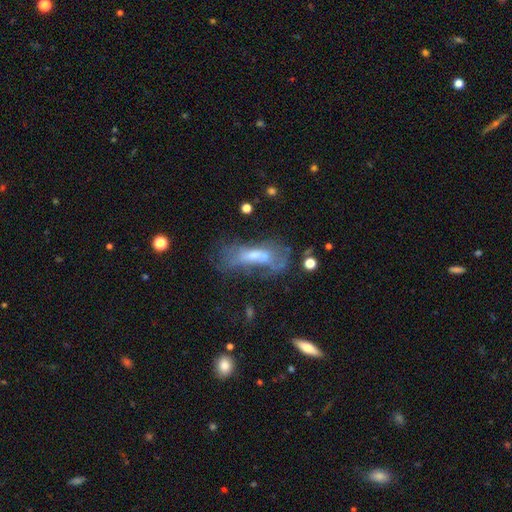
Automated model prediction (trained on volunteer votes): Smooth or featured?
  - featured or disk: 49% *
  - smooth: 39%
  - star or artifact: 12%
Merging?
  - major disturbance: 35% *
  - none: 31%
  - minor disturbance: 19%
  - merger: 14%